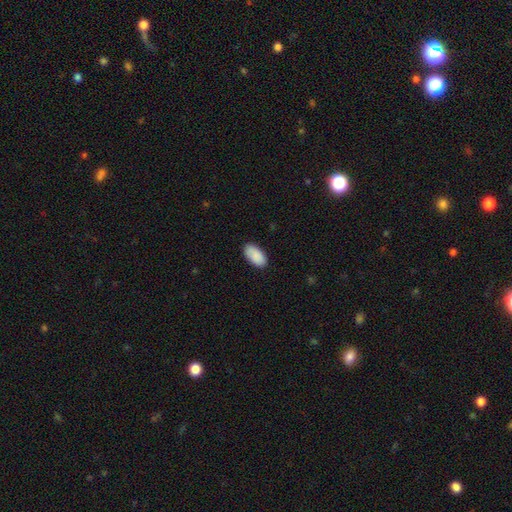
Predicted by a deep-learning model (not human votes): smooth-or-featured: smooth: 90% | star or artifact: 6% | featured or disk: 5%
  how-rounded: in between: 95% | cigar-shaped: 2% | round: 2%
  merging: none: 84% | minor disturbance: 13% | major disturbance: 2% | merger: 1%